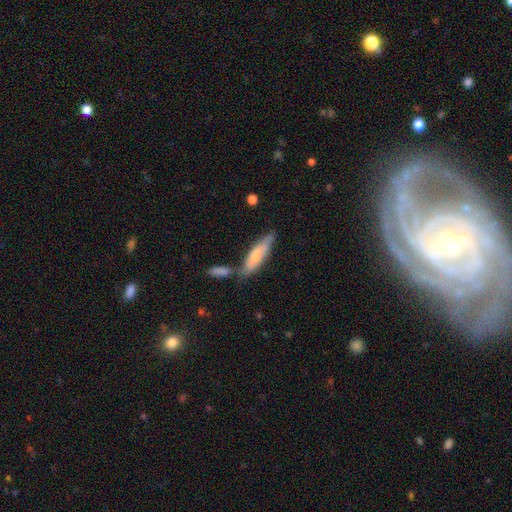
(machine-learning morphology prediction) Smooth or featured: smooth — 60% (featured or disk — 34%)
How rounded: cigar-shaped — 63% (in between — 35%)
Merging: none — 46% (merger — 30%)